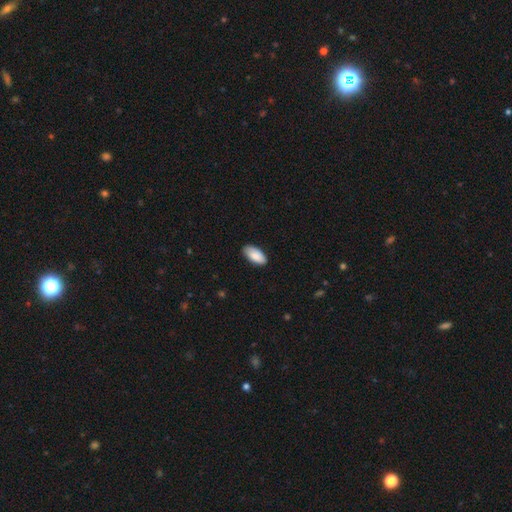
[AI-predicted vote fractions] A smooth galaxy with no disk features (87%) that is in between round and cigar-shaped (95%).

Vote fractions:
- Smooth or featured? smooth: 87% / featured or disk: 7% / star or artifact: 6%
- How rounded? in between: 95% / cigar-shaped: 3% / round: 2%
- Merging? none: 85% / minor disturbance: 12% / major disturbance: 2% / merger: 1%